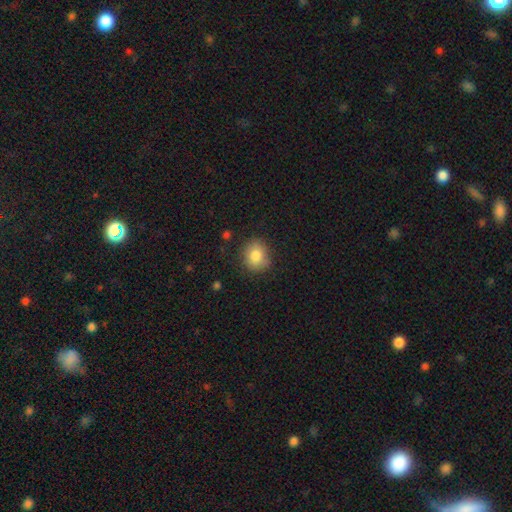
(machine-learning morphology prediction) Overall: smooth (82%). How rounded: round (73%). Merging: none (79%).